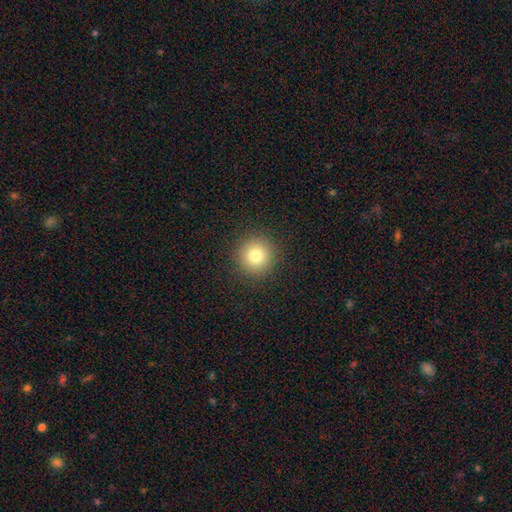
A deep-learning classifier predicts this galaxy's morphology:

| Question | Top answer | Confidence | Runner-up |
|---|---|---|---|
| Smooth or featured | smooth | 79% | star or artifact (13%) |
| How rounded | round | 95% | in between (4%) |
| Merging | none | 92% | minor disturbance (5%) |